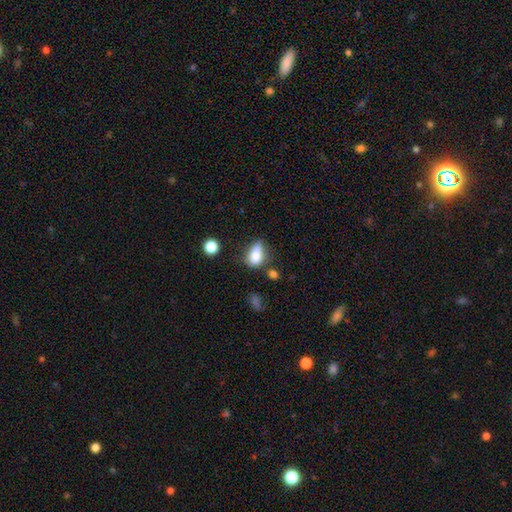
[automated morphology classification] smooth_or_featured: smooth (p=0.75) [alt: featured or disk p=0.15]
how_rounded: in between (p=0.72) [alt: round p=0.24]
merging: none (p=0.34) [alt: minor disturbance p=0.31]